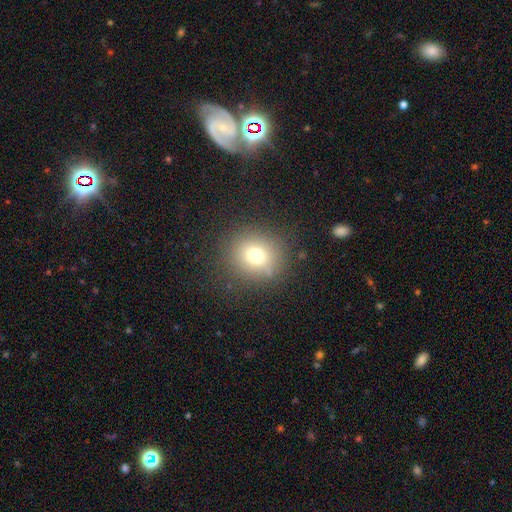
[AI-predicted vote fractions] This appears to be a smooth galaxy with no disk features (73%) that is round (88%). Merging: none (85%).